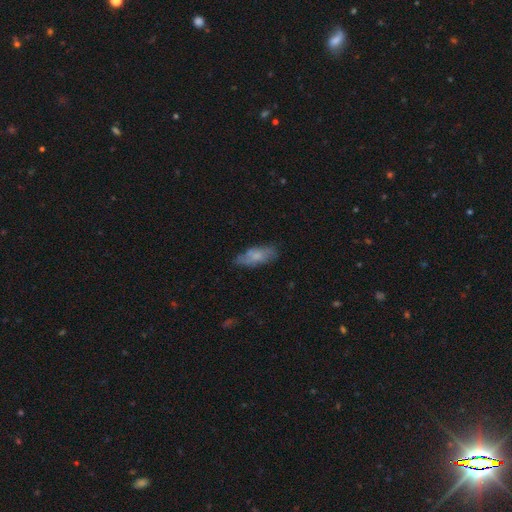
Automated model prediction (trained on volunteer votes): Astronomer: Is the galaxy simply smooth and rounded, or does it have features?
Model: smooth — 60%.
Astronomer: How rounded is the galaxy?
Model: in between — 74%.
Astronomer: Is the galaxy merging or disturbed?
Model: none — 62%.